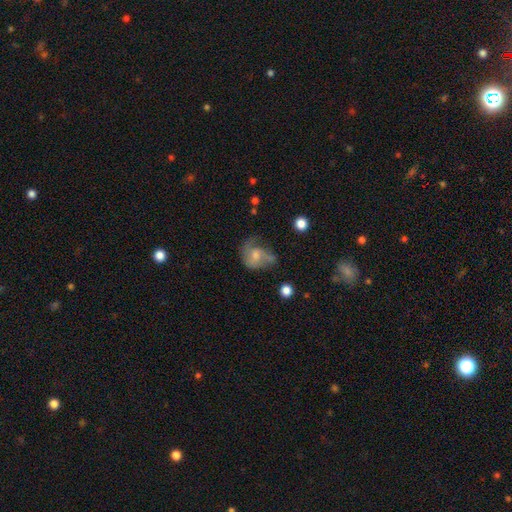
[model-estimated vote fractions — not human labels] Smooth or featured?
  - featured or disk: 46% *
  - smooth: 45%
  - star or artifact: 9%
Merging?
  - major disturbance: 33% *
  - none: 32%
  - minor disturbance: 27%
  - merger: 8%